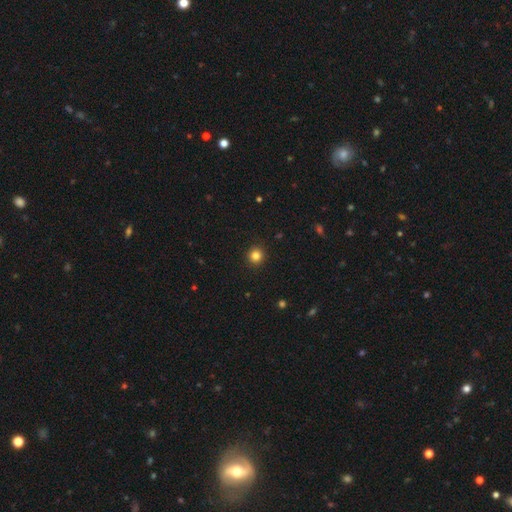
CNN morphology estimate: smooth 83%, star or artifact 12%, featured or disk 4%. Down the decision tree: how rounded — round (94%); merging — none (92%).